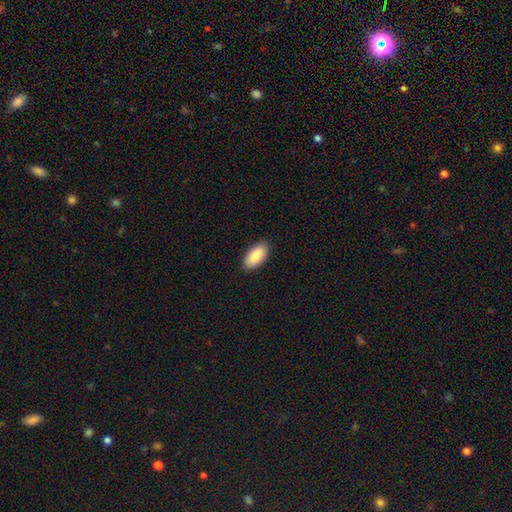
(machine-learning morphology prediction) This is clearly a smooth galaxy (85%). How rounded: clearly in between (93%). Merging: clearly none (89%).